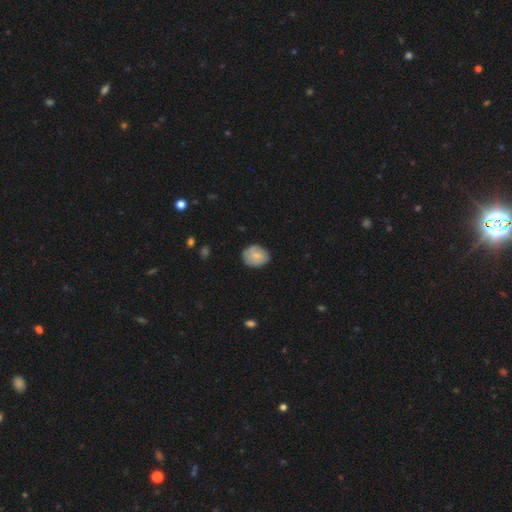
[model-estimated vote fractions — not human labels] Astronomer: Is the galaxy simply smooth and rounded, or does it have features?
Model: smooth — 70%.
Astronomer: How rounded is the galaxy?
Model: round — 50% (runner-up: in between, 49%).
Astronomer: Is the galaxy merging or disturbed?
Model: none — 70%.